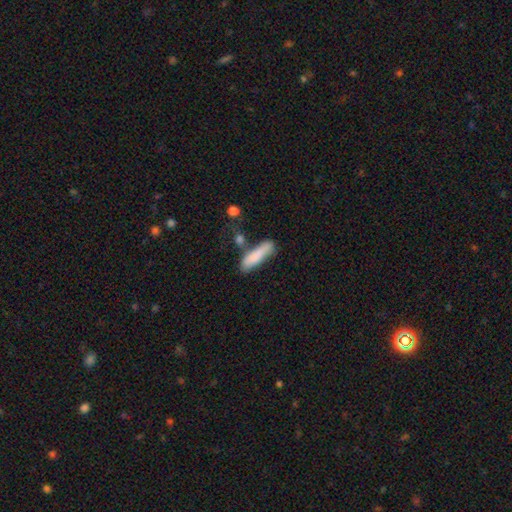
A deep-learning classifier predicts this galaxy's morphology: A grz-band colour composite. It shows a smooth galaxy with no disk features (81%) that is cigar-shaped (71%). Merging: none (58%).